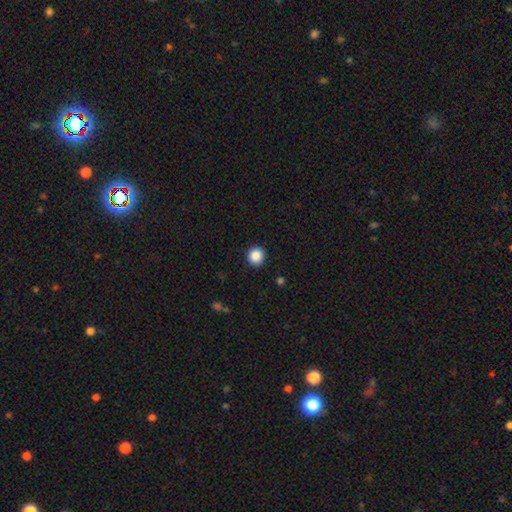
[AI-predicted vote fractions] Smooth or featured? smooth (88%)
How rounded? round (91%)
Merging? none (92%)